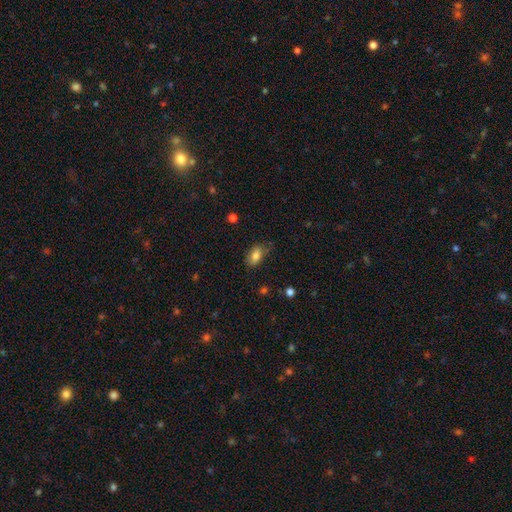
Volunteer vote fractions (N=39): Smooth or featured? smooth (85%)
How rounded? in between (88%)
Merging? none (59%)